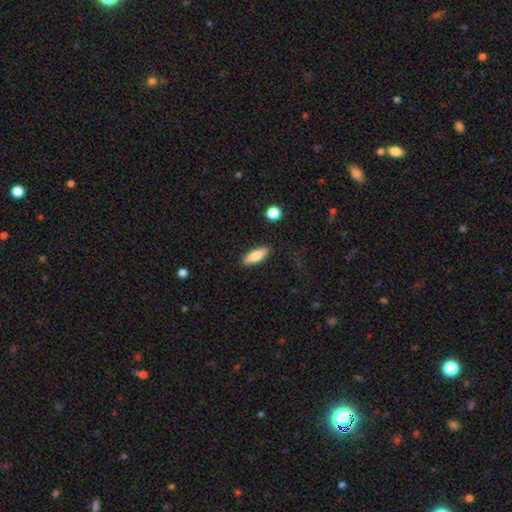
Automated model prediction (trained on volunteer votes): smooth-or-featured: smooth: 78% | featured or disk: 15% | star or artifact: 7%
  how-rounded: in between: 58% | cigar-shaped: 40% | round: 2%
  merging: none: 87% | minor disturbance: 9% | major disturbance: 2% | merger: 1%